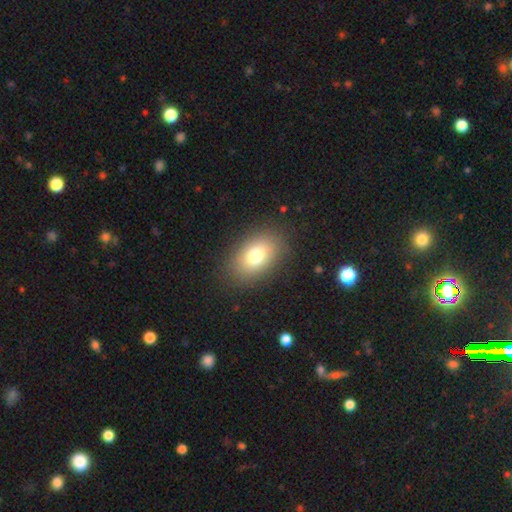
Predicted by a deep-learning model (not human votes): Smooth or featured?
  - smooth: 76% *
  - featured or disk: 13%
  - star or artifact: 10%
How rounded?
  - in between: 84% *
  - round: 15%
  - cigar-shaped: 1%
Merging?
  - none: 84% *
  - minor disturbance: 10%
  - major disturbance: 4%
  - merger: 1%